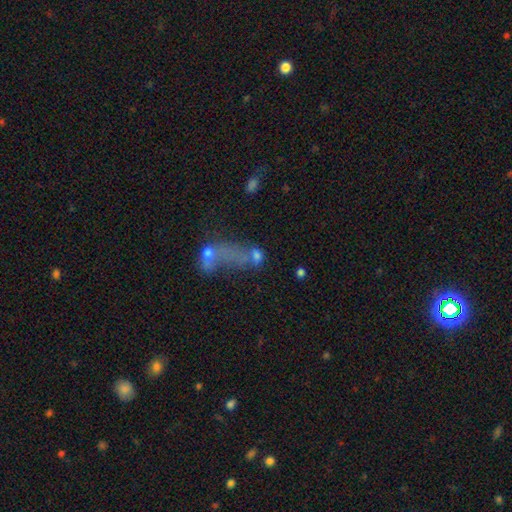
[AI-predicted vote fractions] Overall: smooth (56%; featured or disk 24%). How rounded: in between (63%; round 25%). Merging: merger (45%; major disturbance 27%).